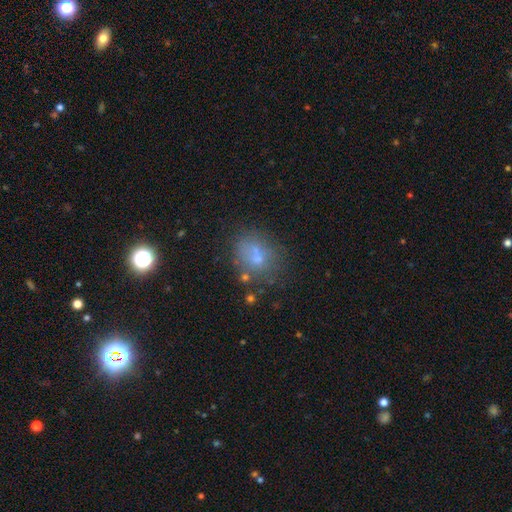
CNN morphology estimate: Q: Smooth or featured?
A: smooth (55%); runner-up: featured or disk (26%)
Q: How rounded?
A: round (57%); runner-up: in between (41%)
Q: Merging?
A: none (52%); runner-up: minor disturbance (19%)